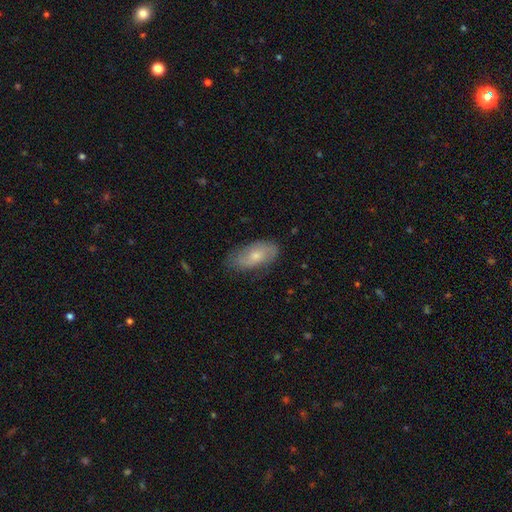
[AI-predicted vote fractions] smooth 52%, featured or disk 41%, star or artifact 7%. Down the decision tree: how rounded — in between (89%); merging — none (73%).